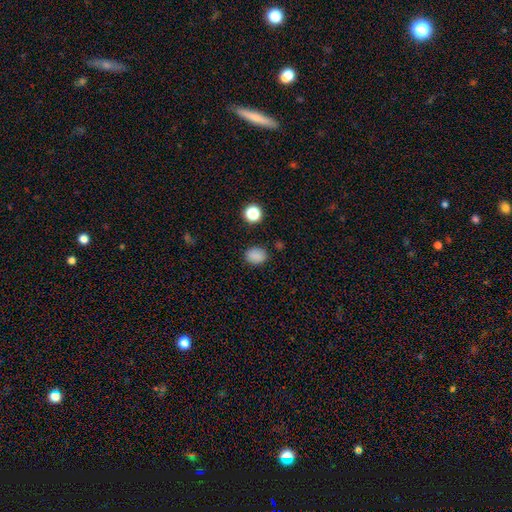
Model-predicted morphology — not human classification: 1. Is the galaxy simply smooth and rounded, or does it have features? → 84% smooth, 12% star or artifact, 4% featured or disk.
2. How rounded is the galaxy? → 56% in between, 43% round, 1% cigar-shaped.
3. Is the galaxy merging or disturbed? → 84% none, 11% minor disturbance, 3% major disturbance, 2% merger.